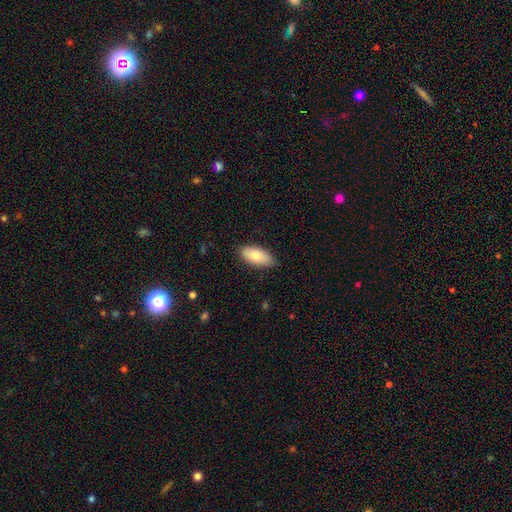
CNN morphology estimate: This is clearly a smooth galaxy (81%). How rounded: clearly in between (90%). Merging: clearly none (82%).